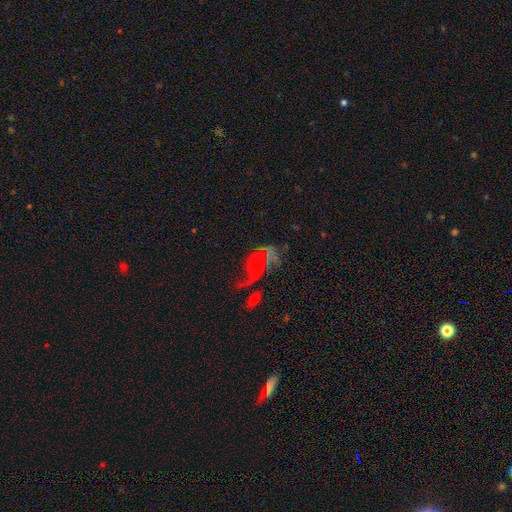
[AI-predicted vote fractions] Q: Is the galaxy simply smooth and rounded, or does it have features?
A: featured or disk — 56%.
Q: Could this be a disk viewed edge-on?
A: no — 96%.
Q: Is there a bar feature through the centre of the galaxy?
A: no — 62%.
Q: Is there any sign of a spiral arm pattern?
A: yes — 71%.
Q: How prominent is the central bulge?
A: small — 54%.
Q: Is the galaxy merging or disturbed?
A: none — 34%.